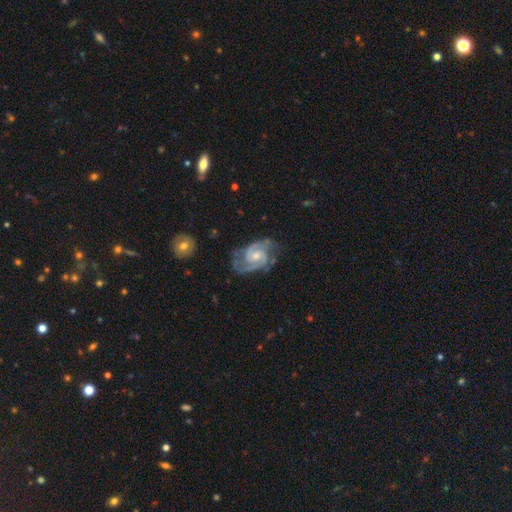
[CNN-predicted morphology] The model was most divided on "bar": no: 49%, weak: 44%, strong: 8%. More confident: edge-on disk — no (98%); spiral arms — yes (98%); smooth or featured — featured or disk (90%); spiral arm count — 2 (76%); merging — none (65%); spiral winding — medium (52%); bulge size — moderate (52%).